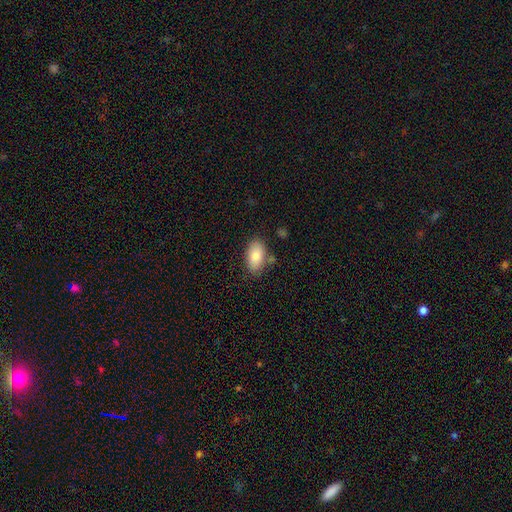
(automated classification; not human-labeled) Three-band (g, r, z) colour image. It shows a smooth galaxy with no disk features (81%) that is in between round and cigar-shaped (93%). Merging: none (77%).